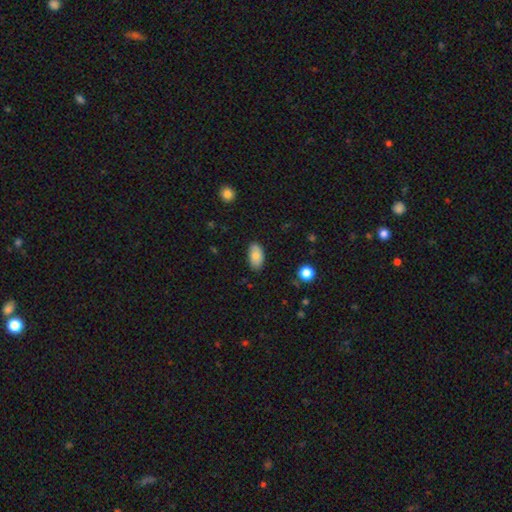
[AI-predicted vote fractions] smooth_or_featured: smooth (p=0.78) [alt: featured or disk p=0.14]
how_rounded: in between (p=0.93) [alt: round p=0.05]
merging: none (p=0.84) [alt: minor disturbance p=0.13]